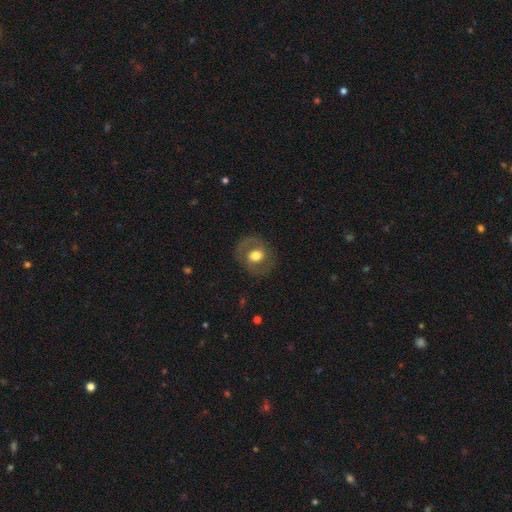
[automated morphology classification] Smooth or featured? Predicted: featured or disk (p=0.47). Merging? Predicted: none (p=0.80).